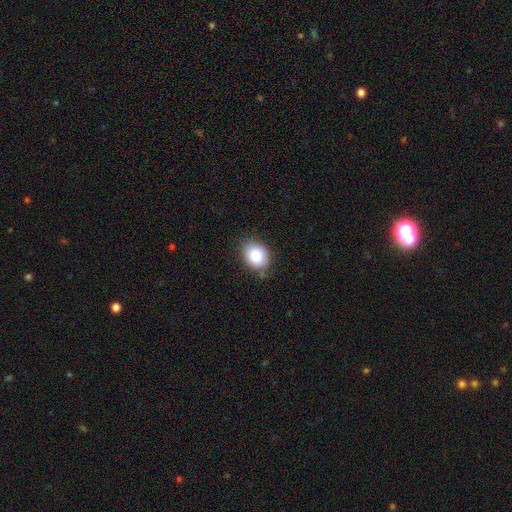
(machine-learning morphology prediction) Smooth or featured?
  - smooth: 84% *
  - star or artifact: 8%
  - featured or disk: 8%
How rounded?
  - in between: 55% *
  - round: 44%
  - cigar-shaped: 1%
Merging?
  - none: 78% *
  - minor disturbance: 17%
  - major disturbance: 3%
  - merger: 2%